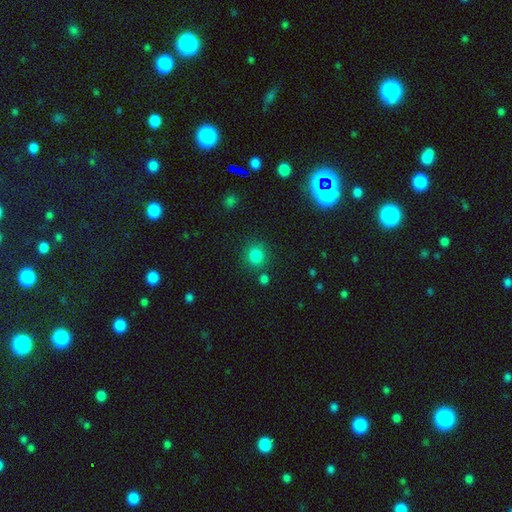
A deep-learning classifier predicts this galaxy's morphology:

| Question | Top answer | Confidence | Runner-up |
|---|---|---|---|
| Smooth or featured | smooth | 83% | star or artifact (13%) |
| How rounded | round | 90% | in between (9%) |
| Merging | none | 82% | minor disturbance (9%) |